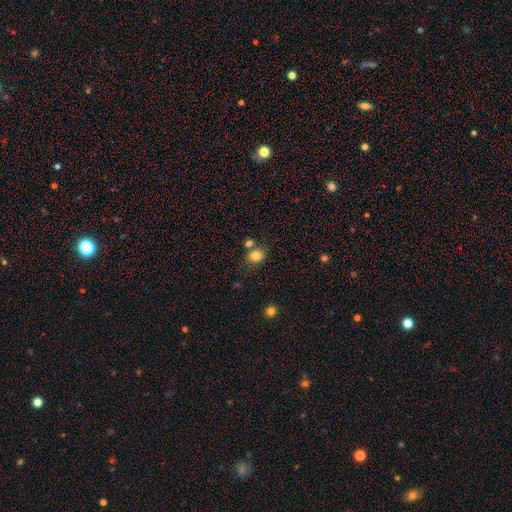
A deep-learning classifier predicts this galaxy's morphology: smooth-or-featured: smooth: 83% | star or artifact: 11% | featured or disk: 6%
  how-rounded: round: 67% | in between: 32% | cigar-shaped: 1%
  merging: none: 68% | merger: 15% | minor disturbance: 13% | major disturbance: 4%